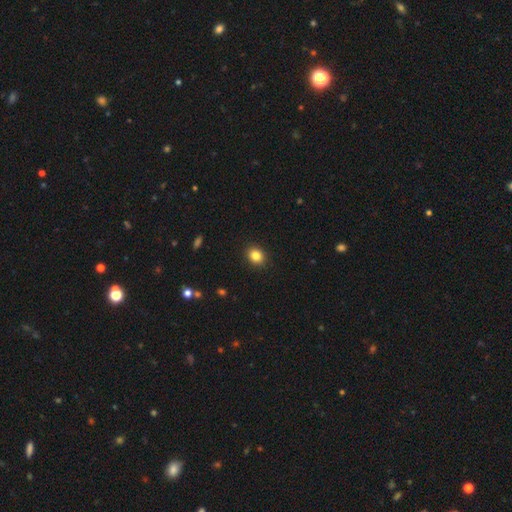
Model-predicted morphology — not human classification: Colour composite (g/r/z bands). It shows a smooth galaxy with no disk features (84%) that is round (58%). Merging: none (91%).